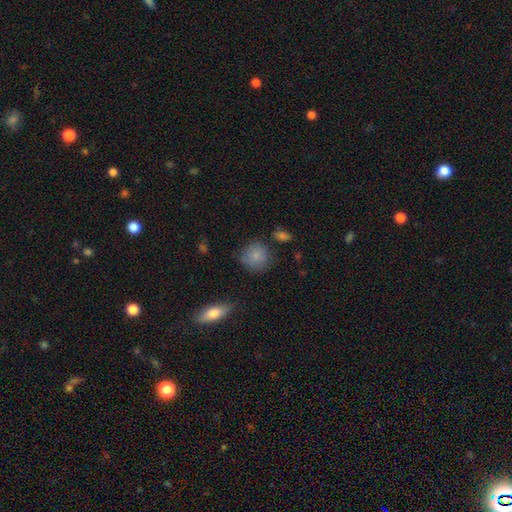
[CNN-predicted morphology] Smooth or featured?
  - smooth: 84% *
  - star or artifact: 8%
  - featured or disk: 7%
How rounded?
  - round: 88% *
  - in between: 11%
  - cigar-shaped: 1%
Merging?
  - none: 74% *
  - minor disturbance: 17%
  - major disturbance: 5%
  - merger: 4%